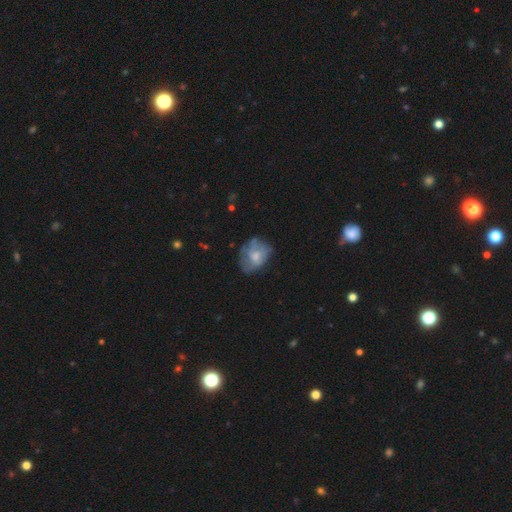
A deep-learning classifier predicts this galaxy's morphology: smooth-or-featured: smooth: 48% | featured or disk: 44% | star or artifact: 8%
  merging: none: 51% | minor disturbance: 29% | major disturbance: 18% | merger: 2%